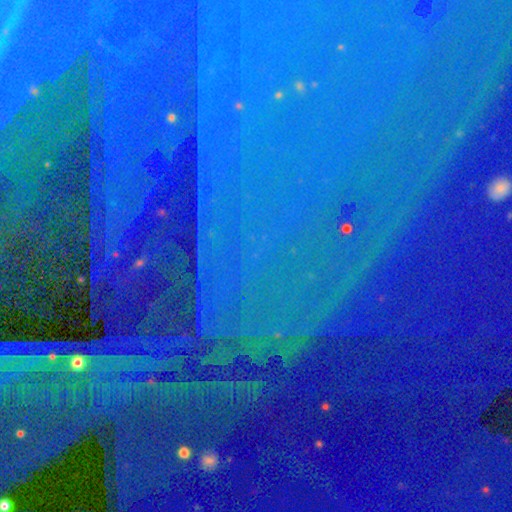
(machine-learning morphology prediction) A star or artifact, not a galaxy (89%).